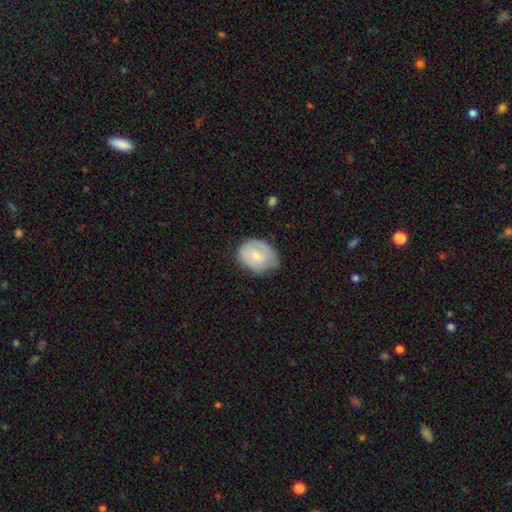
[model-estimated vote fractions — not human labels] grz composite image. It shows a smooth galaxy with no disk features (62%) that is in between round and cigar-shaped (52%). Merging: none (53%).